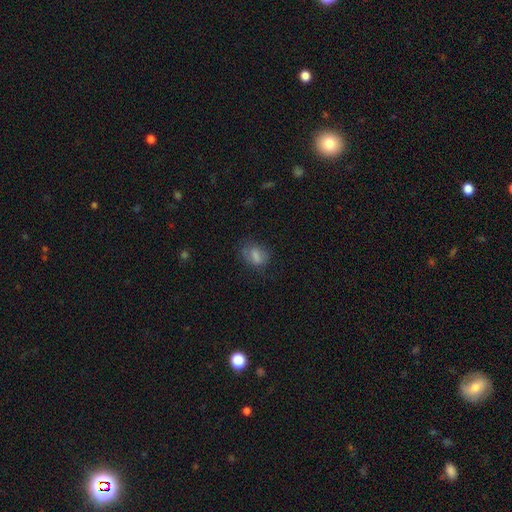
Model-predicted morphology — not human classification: Smooth or featured: smooth — 75% (featured or disk — 15%)
How rounded: in between — 76% (round — 21%)
Merging: none — 62% (minor disturbance — 24%)